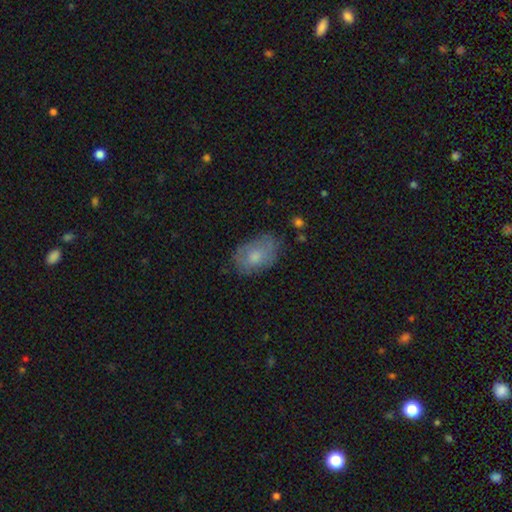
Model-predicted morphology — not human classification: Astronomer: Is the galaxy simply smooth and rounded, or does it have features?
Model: smooth — 65%.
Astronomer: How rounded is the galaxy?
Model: in between — 87%.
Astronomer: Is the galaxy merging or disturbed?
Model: none — 65%.